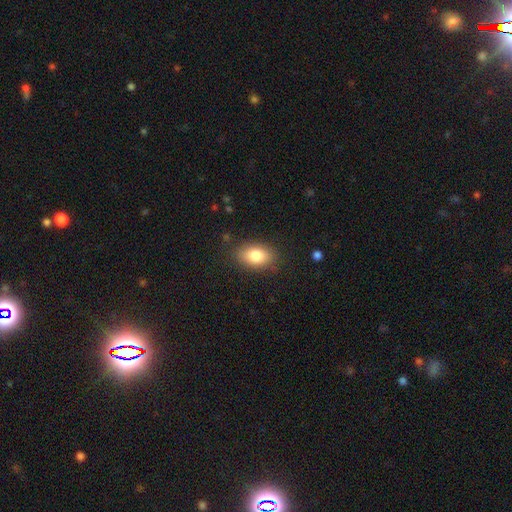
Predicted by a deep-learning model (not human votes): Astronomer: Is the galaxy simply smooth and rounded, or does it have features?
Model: smooth — 82%.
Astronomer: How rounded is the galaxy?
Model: in between — 88%.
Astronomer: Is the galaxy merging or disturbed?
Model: none — 85%.